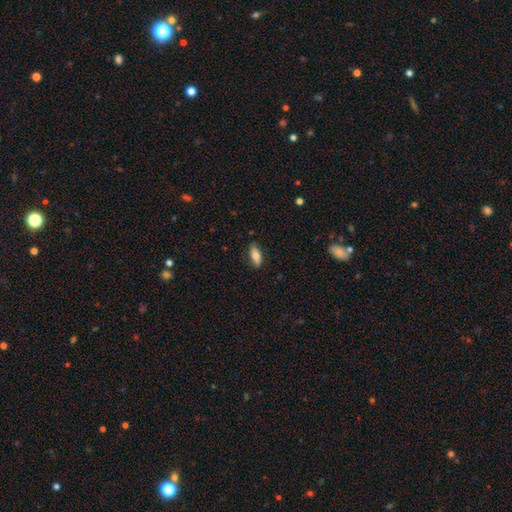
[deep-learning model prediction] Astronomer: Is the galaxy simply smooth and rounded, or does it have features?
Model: smooth — 73%.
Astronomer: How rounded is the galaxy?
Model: in between — 73%.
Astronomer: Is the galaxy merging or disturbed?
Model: none — 83%.